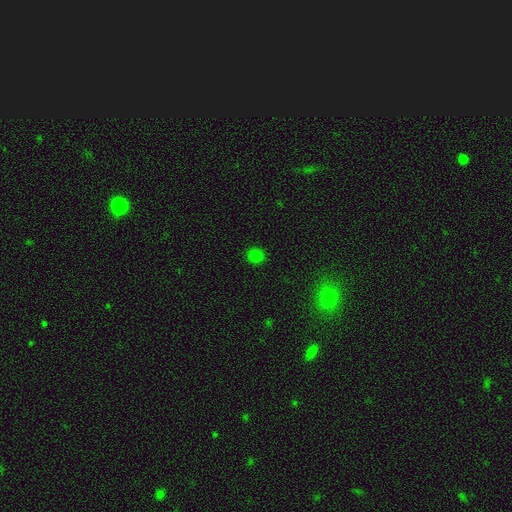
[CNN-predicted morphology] smooth_or_featured: smooth (p=0.80) [alt: star or artifact p=0.16]
how_rounded: round (p=0.88) [alt: in between p=0.11]
merging: none (p=0.91) [alt: minor disturbance p=0.06]